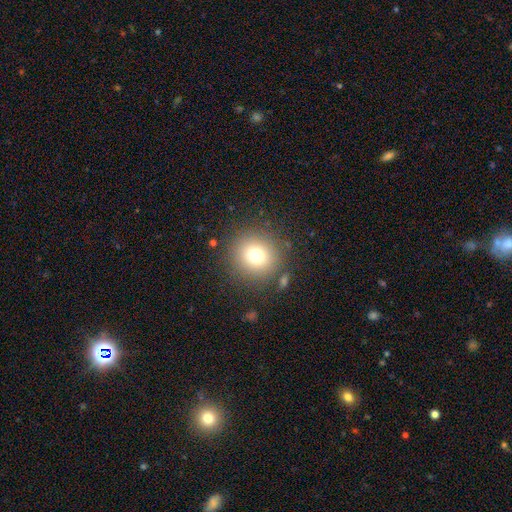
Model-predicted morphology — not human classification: Smooth or featured?
  - smooth: 75% *
  - star or artifact: 15%
  - featured or disk: 11%
How rounded?
  - round: 93% *
  - in between: 6%
  - cigar-shaped: 1%
Merging?
  - none: 86% *
  - minor disturbance: 7%
  - major disturbance: 4%
  - merger: 3%